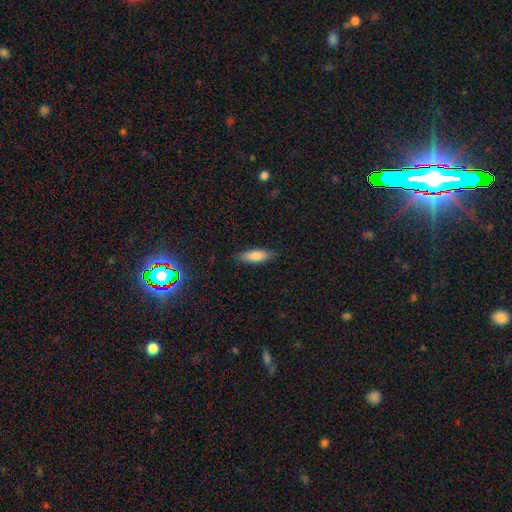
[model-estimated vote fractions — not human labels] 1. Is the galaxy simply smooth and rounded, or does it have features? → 79% smooth, 14% featured or disk, 7% star or artifact.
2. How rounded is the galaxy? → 57% in between, 41% cigar-shaped, 2% round.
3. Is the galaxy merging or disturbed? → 86% none, 11% minor disturbance, 2% major disturbance, 1% merger.